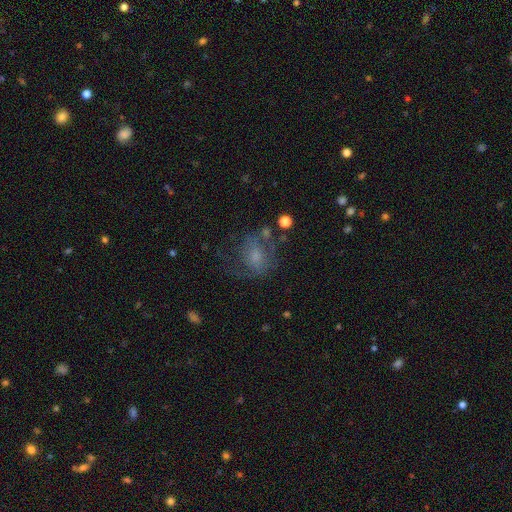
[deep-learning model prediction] featured or disk 45%, smooth 41%, star or artifact 14%. Down the decision tree: merging — none (45%).